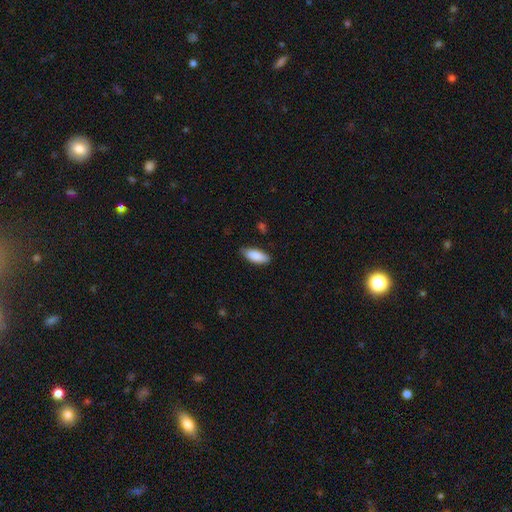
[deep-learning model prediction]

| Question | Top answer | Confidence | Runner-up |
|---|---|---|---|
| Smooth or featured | smooth | 88% | featured or disk (7%) |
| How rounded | in between | 79% | cigar-shaped (19%) |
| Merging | none | 80% | minor disturbance (17%) |